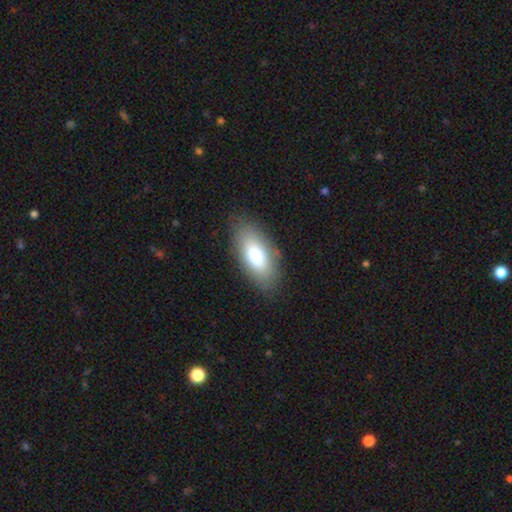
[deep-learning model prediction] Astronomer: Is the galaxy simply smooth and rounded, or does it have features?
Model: smooth — 77%.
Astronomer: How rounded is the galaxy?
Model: in between — 90%.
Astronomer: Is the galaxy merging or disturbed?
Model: none — 83%.